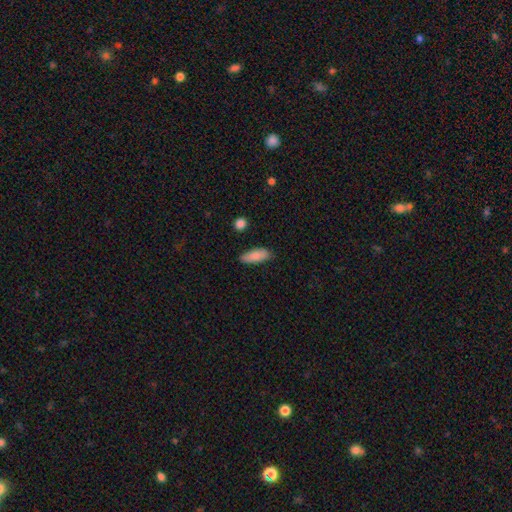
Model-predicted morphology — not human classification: A smooth galaxy with no disk features (86%) that is in between round and cigar-shaped (70%).

Vote fractions:
- Smooth or featured? smooth: 86% / featured or disk: 7% / star or artifact: 6%
- How rounded? in between: 70% / cigar-shaped: 28% / round: 2%
- Merging? none: 84% / minor disturbance: 12% / major disturbance: 2% / merger: 2%